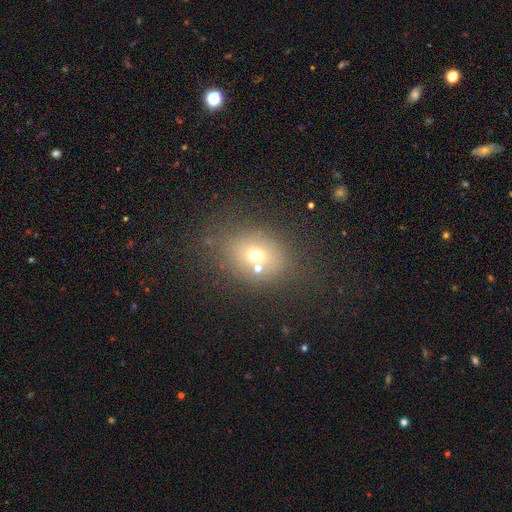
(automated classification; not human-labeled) Smooth or featured: smooth — 64% (star or artifact — 19%)
How rounded: round — 53% (in between — 46%)
Merging: none — 66% (merger — 15%)